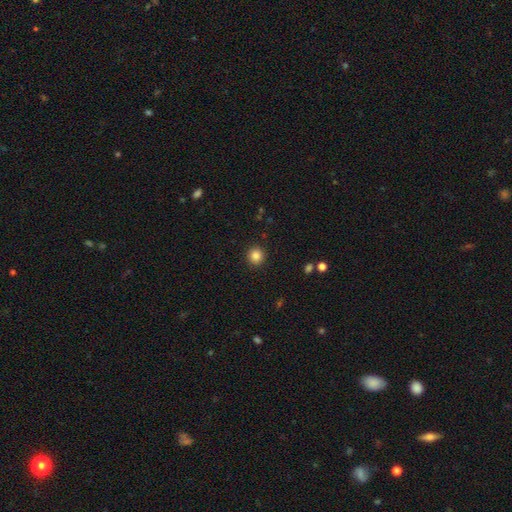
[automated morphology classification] smooth_or_featured: smooth (p=0.85) [alt: star or artifact p=0.11]
how_rounded: round (p=0.93) [alt: in between p=0.07]
merging: none (p=0.92) [alt: minor disturbance p=0.05]